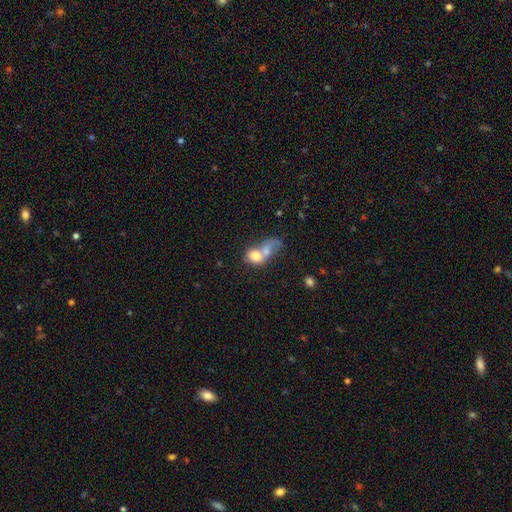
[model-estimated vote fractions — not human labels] Overall: smooth (68%). How rounded: in between (52%; round 45%). Merging: merger (76%).